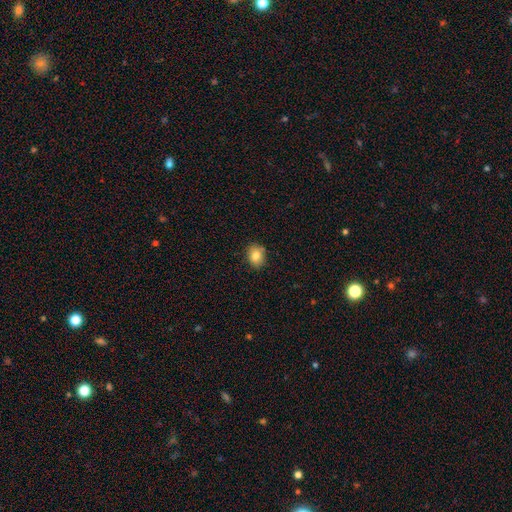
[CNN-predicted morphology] A smooth galaxy with no disk features (82%) that is in between round and cigar-shaped (51%).

Vote fractions:
- Smooth or featured? smooth: 82% / star or artifact: 10% / featured or disk: 9%
- How rounded? in between: 51% / round: 48% / cigar-shaped: 1%
- Merging? none: 84% / minor disturbance: 12% / major disturbance: 2% / merger: 2%